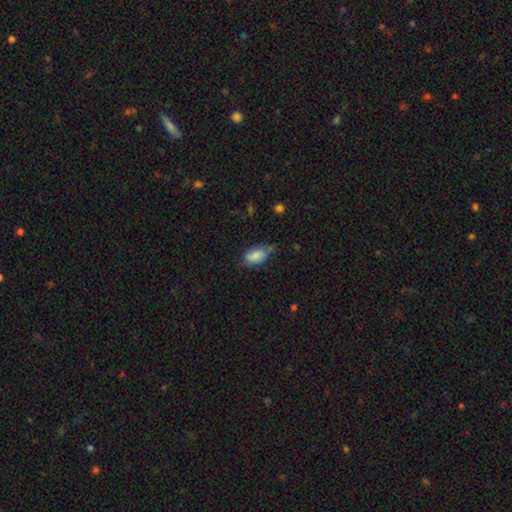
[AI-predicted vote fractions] Morphology: type=smooth (81%); roundness=in between (91%); merging=none (54%).